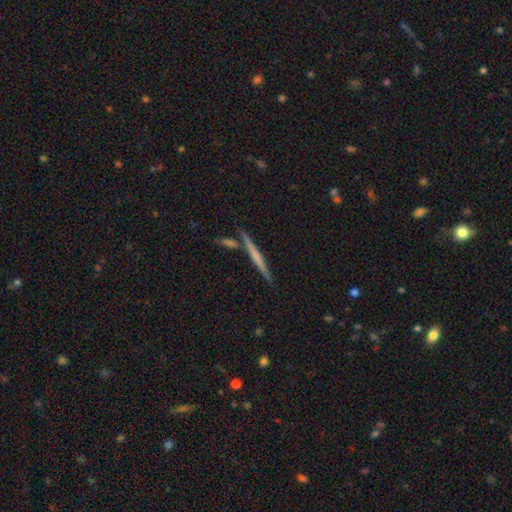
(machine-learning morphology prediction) The model was most divided on "smooth or featured": featured or disk: 58%, smooth: 36%, star or artifact: 6%. More confident: edge-on disk — yes (97%); merging — none (83%); edge-on bulge — none (63%).